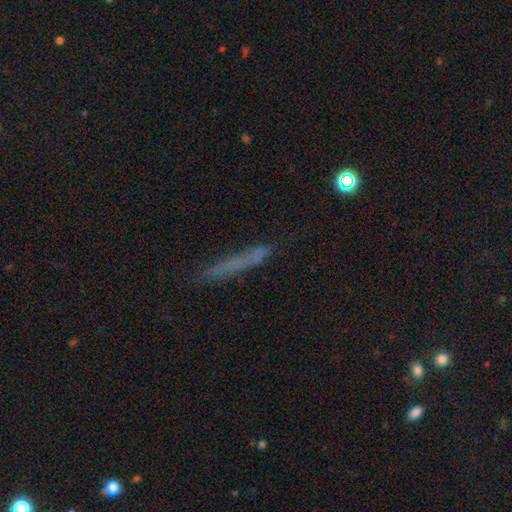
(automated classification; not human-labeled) Overall: smooth (56%; featured or disk 27%). How rounded: cigar-shaped (89%). Merging: none (70%).